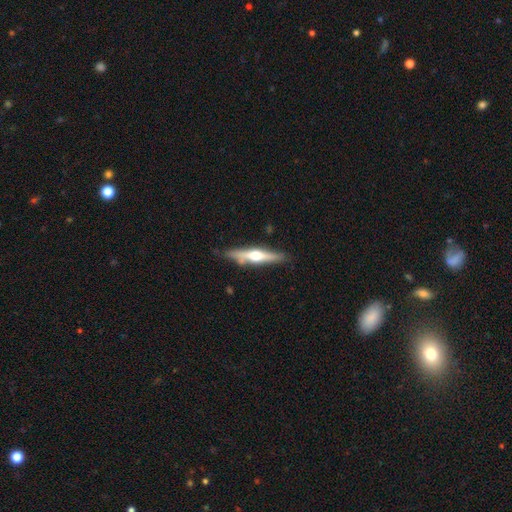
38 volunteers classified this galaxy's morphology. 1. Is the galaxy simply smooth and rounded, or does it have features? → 61% featured or disk, 32% smooth, 8% star or artifact.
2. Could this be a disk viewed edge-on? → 96% yes, 4% no.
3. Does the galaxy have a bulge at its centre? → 95% rounded, 5% boxy, 0% none.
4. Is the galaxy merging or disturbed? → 89% none, 9% minor disturbance, 3% merger, 0% major disturbance.